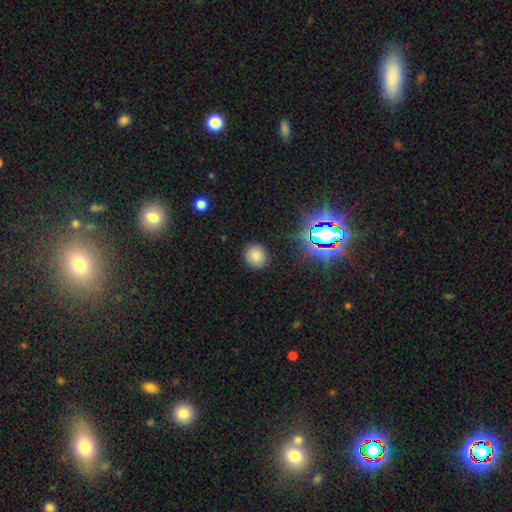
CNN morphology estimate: smooth-or-featured: smooth: 78% | star or artifact: 16% | featured or disk: 6%
  how-rounded: round: 84% | in between: 15% | cigar-shaped: 1%
  merging: none: 88% | minor disturbance: 8% | major disturbance: 3% | merger: 1%